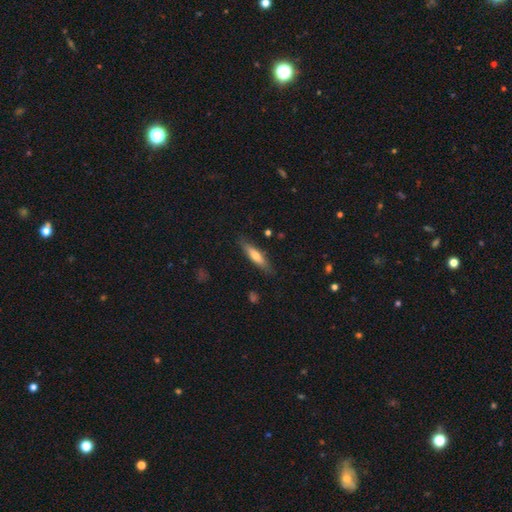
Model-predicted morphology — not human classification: This appears to be a smooth galaxy with no disk features (61%) that is cigar-shaped (73%). Merging: none (84%).